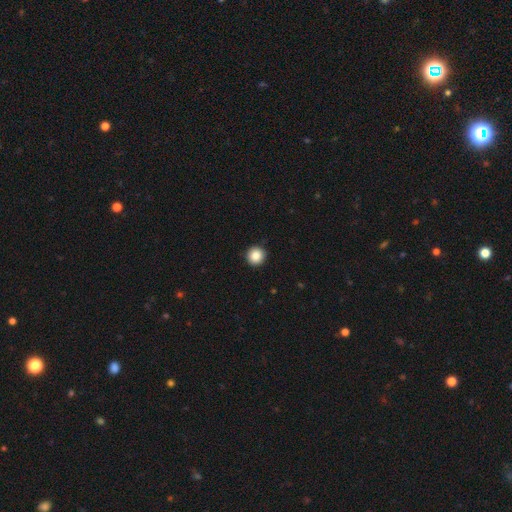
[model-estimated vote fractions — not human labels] Morphology: type=smooth (86%); roundness=round (95%); merging=none (92%).